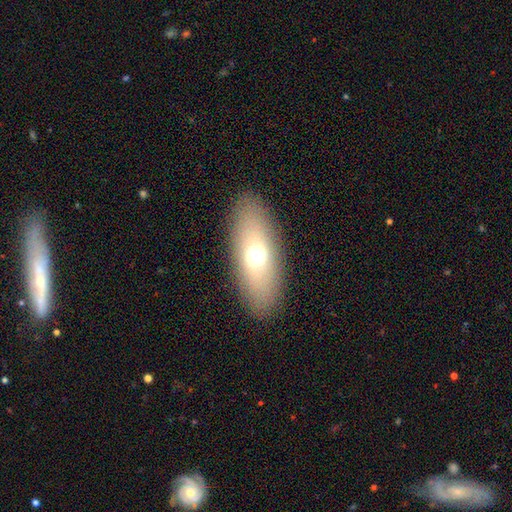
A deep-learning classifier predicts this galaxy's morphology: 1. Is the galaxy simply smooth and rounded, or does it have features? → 64% smooth, 27% featured or disk, 9% star or artifact.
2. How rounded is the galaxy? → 75% in between, 21% cigar-shaped, 4% round.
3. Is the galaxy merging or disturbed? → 88% none, 8% minor disturbance, 3% major disturbance, 1% merger.